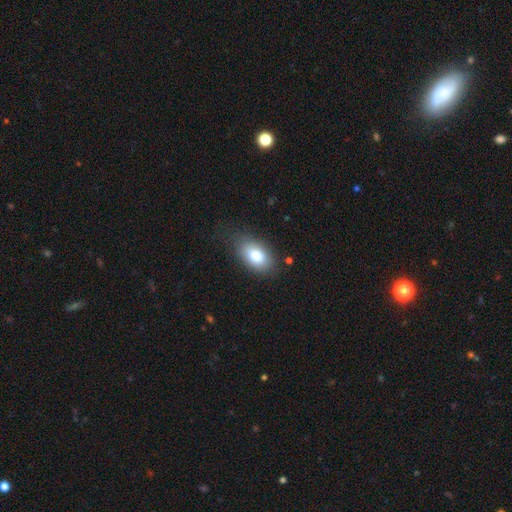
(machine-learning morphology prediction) smooth-or-featured: smooth: 82% | featured or disk: 10% | star or artifact: 7%
  how-rounded: in between: 90% | round: 8% | cigar-shaped: 2%
  merging: none: 74% | minor disturbance: 18% | major disturbance: 6% | merger: 2%